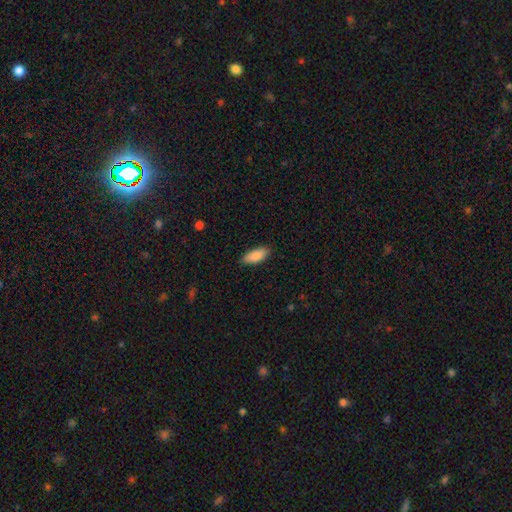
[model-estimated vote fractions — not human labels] Smooth or featured? Predicted: smooth (p=0.88). How rounded? Predicted: in between (p=0.82). Merging? Predicted: none (p=0.87).